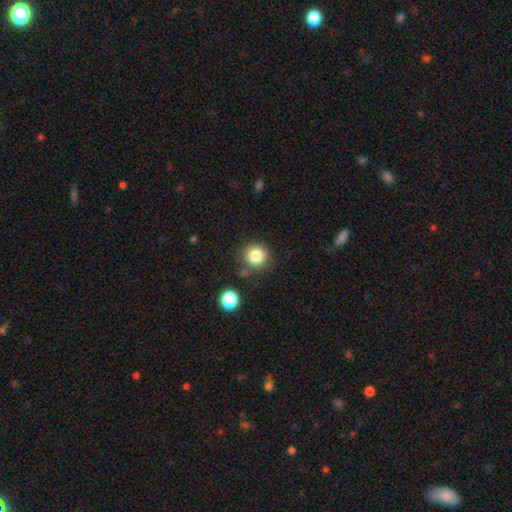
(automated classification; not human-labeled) smooth 83%, star or artifact 11%, featured or disk 6%. Down the decision tree: how rounded — round (92%); merging — none (80%).